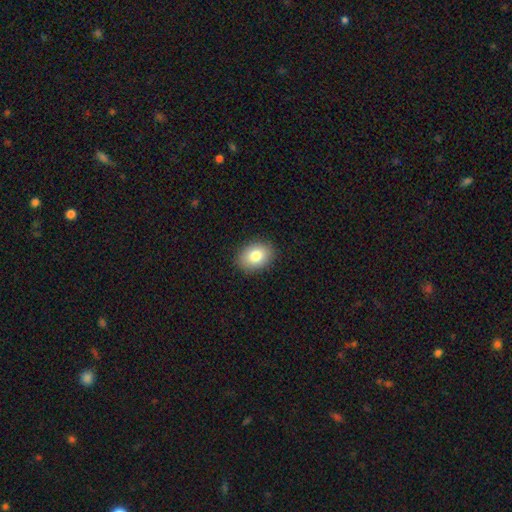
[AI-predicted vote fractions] smooth_or_featured: smooth (p=0.82) [alt: featured or disk p=0.10]
how_rounded: in between (p=0.72) [alt: round p=0.27]
merging: none (p=0.89) [alt: minor disturbance p=0.08]